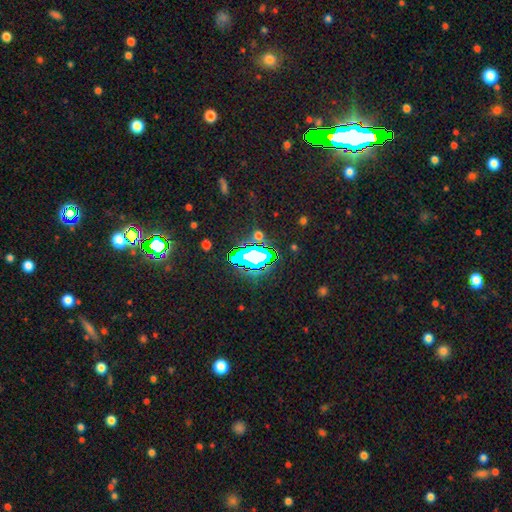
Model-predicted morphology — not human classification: type=star or artifact (64%).